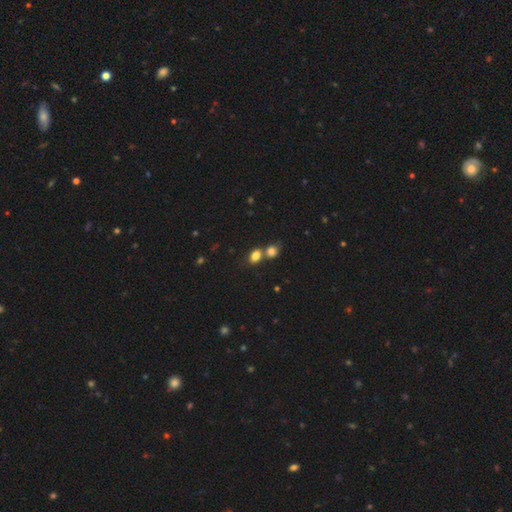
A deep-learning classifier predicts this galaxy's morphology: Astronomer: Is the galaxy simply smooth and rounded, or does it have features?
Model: smooth — 81%.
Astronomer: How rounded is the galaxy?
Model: in between — 65%.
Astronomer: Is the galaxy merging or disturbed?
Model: merger — 49% (runner-up: none, 39%).